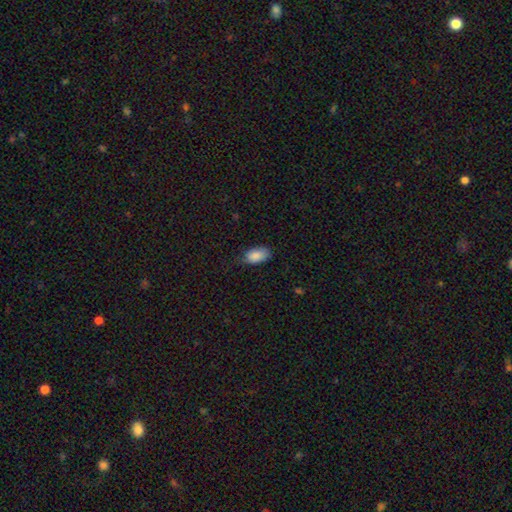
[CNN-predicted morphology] A smooth galaxy with no disk features (88%) that is in between round and cigar-shaped (94%).

Vote fractions:
- Smooth or featured? smooth: 88% / star or artifact: 7% / featured or disk: 6%
- How rounded? in between: 94% / round: 4% / cigar-shaped: 2%
- Merging? none: 67% / minor disturbance: 26% / major disturbance: 6% / merger: 1%